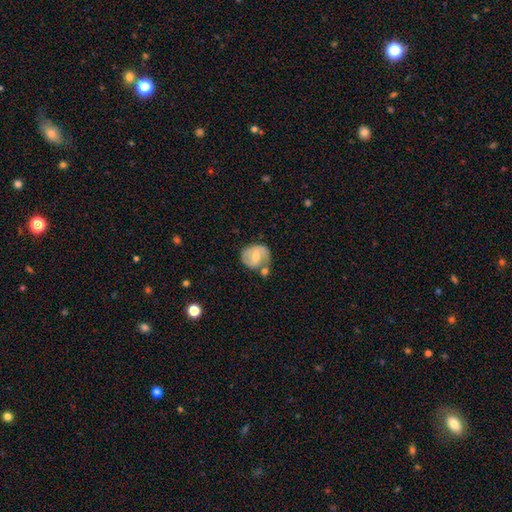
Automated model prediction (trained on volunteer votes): This appears to be a featured or disk galaxy (63%) with a weak bar (53%), spiral arms (80%) and a moderate central bulge (56%). Merging: none (47%).